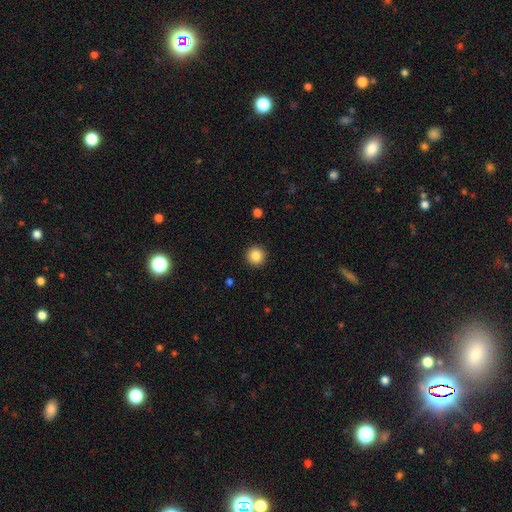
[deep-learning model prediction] Smooth or featured: smooth — 85% (star or artifact — 10%)
How rounded: round — 95% (in between — 4%)
Merging: none — 93% (minor disturbance — 5%)